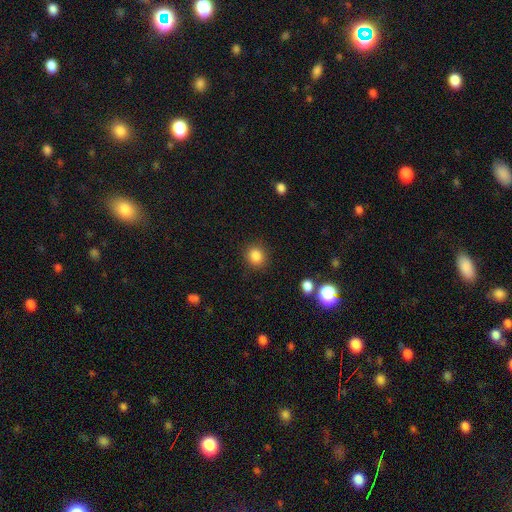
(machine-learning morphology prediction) Smooth or featured: smooth — 85% (star or artifact — 11%)
How rounded: round — 80% (in between — 19%)
Merging: none — 88% (minor disturbance — 7%)